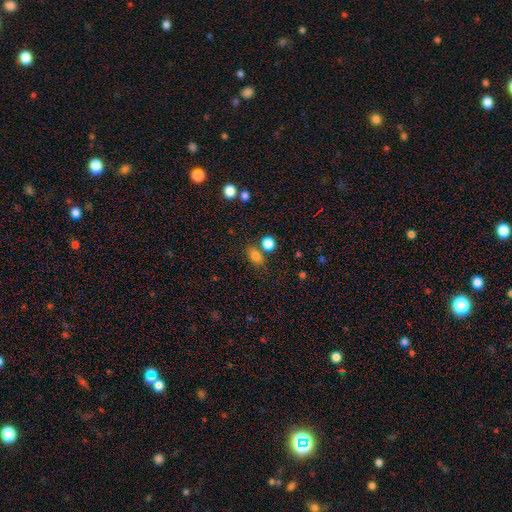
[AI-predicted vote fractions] smooth-or-featured: smooth: 80% | star or artifact: 13% | featured or disk: 7%
  how-rounded: in between: 67% | round: 30% | cigar-shaped: 2%
  merging: none: 64% | merger: 19% | minor disturbance: 12% | major disturbance: 5%